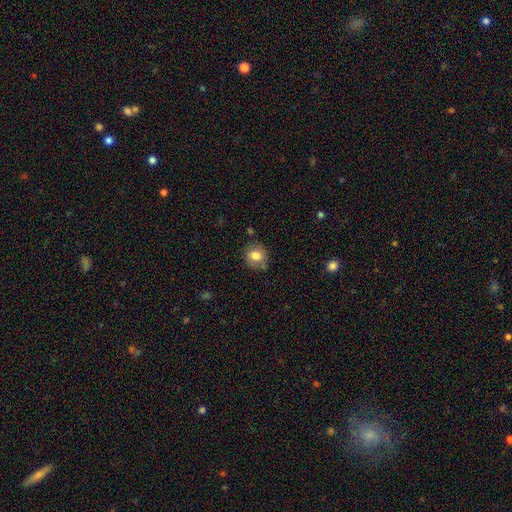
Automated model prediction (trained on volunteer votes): Morphology: type=smooth (77%); roundness=round (72%); merging=none (73%).